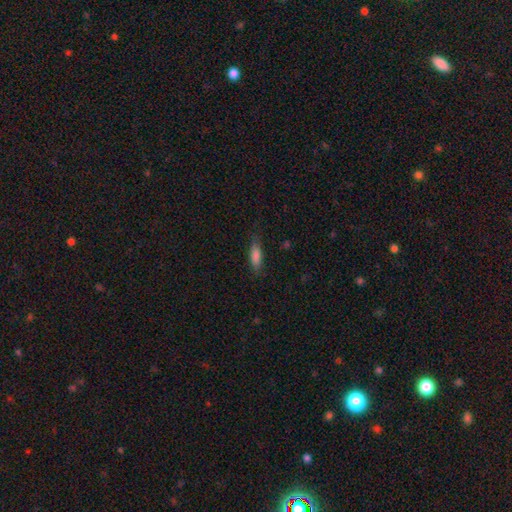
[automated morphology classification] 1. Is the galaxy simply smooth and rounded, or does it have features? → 82% smooth, 11% featured or disk, 7% star or artifact.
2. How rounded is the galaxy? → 51% in between, 47% cigar-shaped, 2% round.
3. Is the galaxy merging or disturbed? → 79% none, 16% minor disturbance, 4% major disturbance, 1% merger.